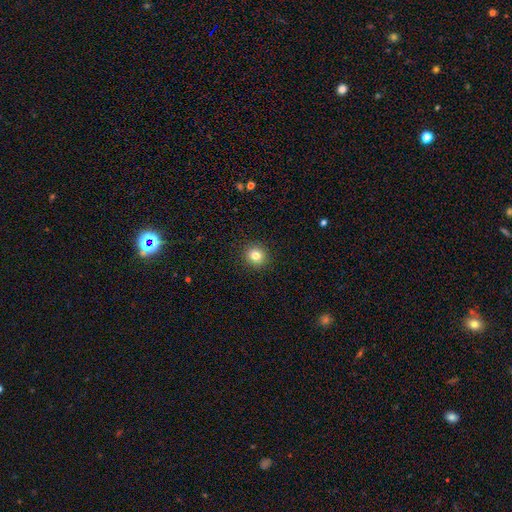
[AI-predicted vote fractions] Smooth or featured: smooth — 82% (star or artifact — 12%)
How rounded: round — 91% (in between — 8%)
Merging: none — 92% (minor disturbance — 5%)